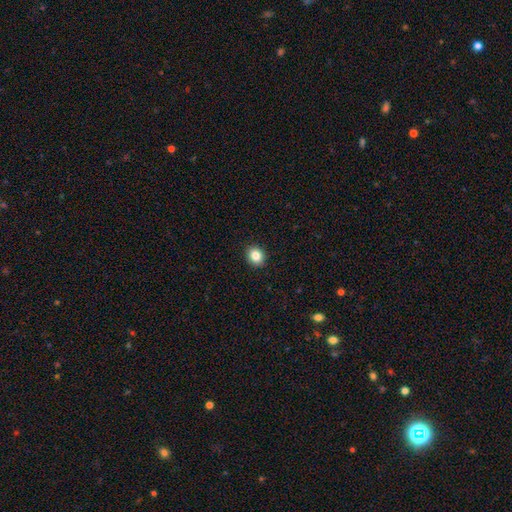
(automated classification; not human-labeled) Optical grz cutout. It shows a smooth galaxy with no disk features (84%) that is round (63%). Merging: none (92%).